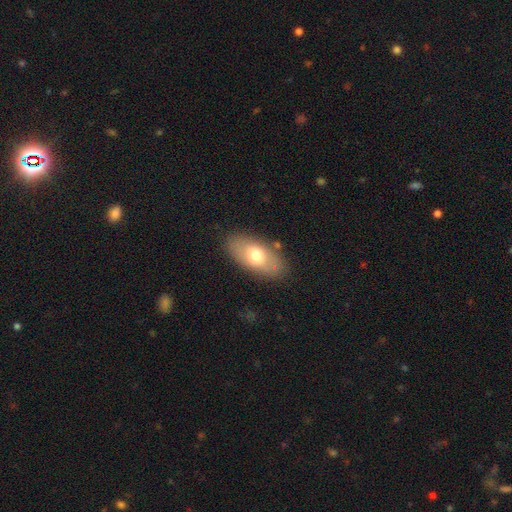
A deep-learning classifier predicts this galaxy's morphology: Smooth or featured? smooth (68%)
How rounded? in between (90%)
Merging? none (81%)